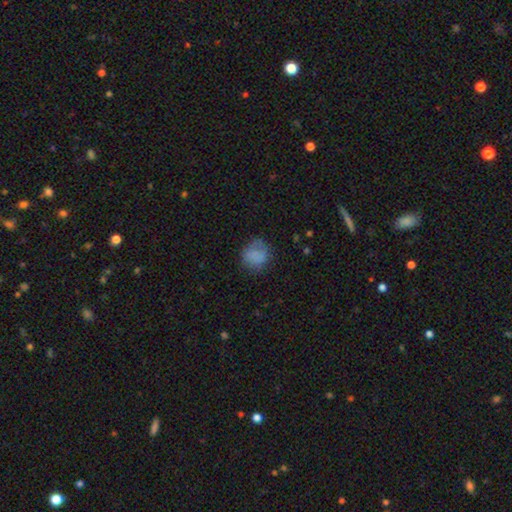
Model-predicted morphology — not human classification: Smooth or featured? Predicted: smooth (p=0.74). How rounded? Predicted: round (p=0.78). Merging? Predicted: none (p=0.61).